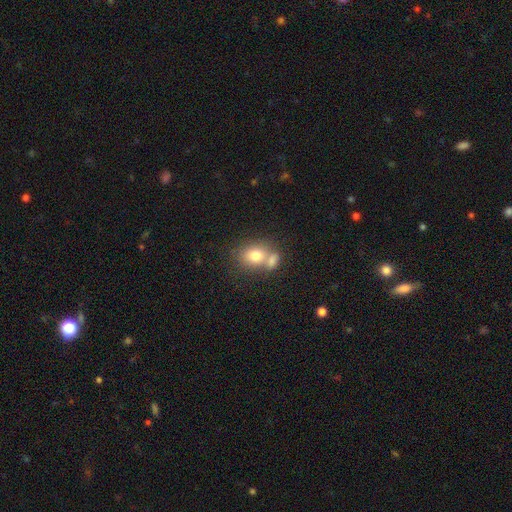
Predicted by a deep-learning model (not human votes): Morphology: type=smooth (76%); roundness=in between (56%); merging=merger (45%).